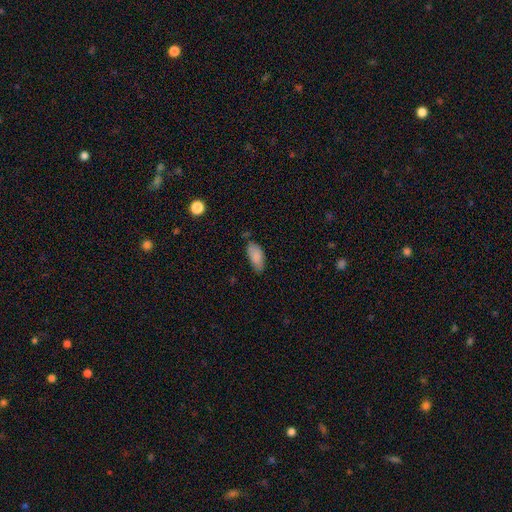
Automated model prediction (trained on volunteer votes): The model was most divided on "merging": none: 66%, minor disturbance: 26%, major disturbance: 5%, merger: 3%. More confident: how rounded — in between (89%); smooth or featured — smooth (84%).